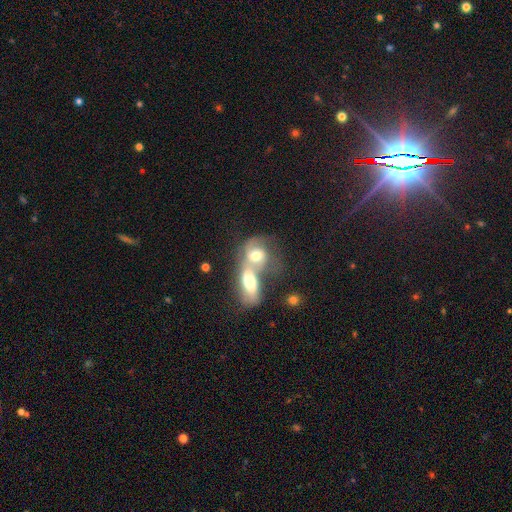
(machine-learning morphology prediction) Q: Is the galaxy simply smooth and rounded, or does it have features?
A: smooth — 50%.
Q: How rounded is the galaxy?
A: in between — 64%.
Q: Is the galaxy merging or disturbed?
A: merger — 76%.